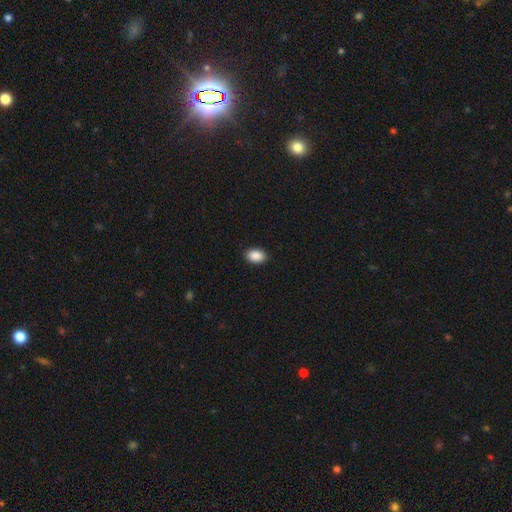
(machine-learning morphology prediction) smooth-or-featured: smooth: 90% | star or artifact: 7% | featured or disk: 3%
  how-rounded: in between: 86% | round: 13% | cigar-shaped: 1%
  merging: none: 90% | minor disturbance: 7% | major disturbance: 2% | merger: 1%